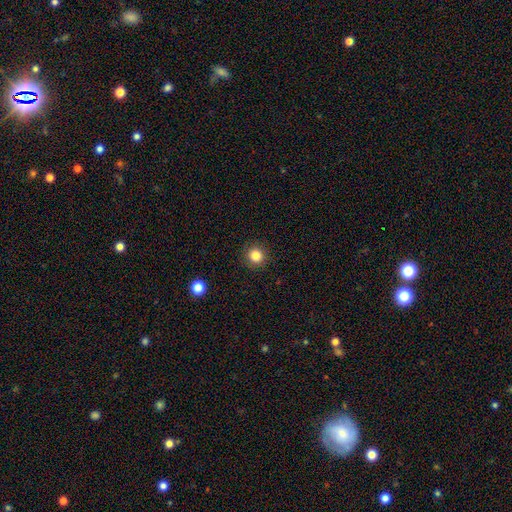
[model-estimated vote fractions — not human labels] The model was most divided on "smooth or featured": smooth: 84%, star or artifact: 11%, featured or disk: 5%. More confident: how rounded — round (92%); merging — none (90%).